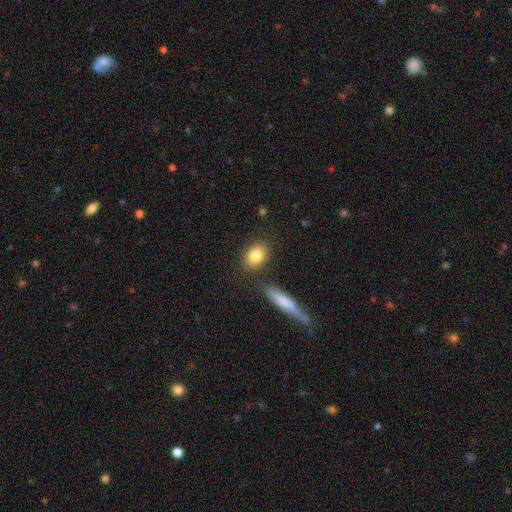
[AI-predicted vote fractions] The model was most divided on "how rounded": in between: 64%, round: 33%, cigar-shaped: 4%. More confident: smooth or featured — smooth (83%); merging — none (80%).